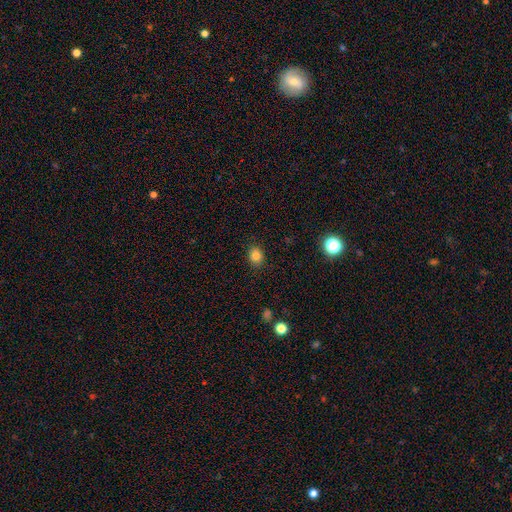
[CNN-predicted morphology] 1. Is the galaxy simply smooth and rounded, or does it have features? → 83% smooth, 12% star or artifact, 5% featured or disk.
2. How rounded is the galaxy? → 64% round, 35% in between, 1% cigar-shaped.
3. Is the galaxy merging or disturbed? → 89% none, 8% minor disturbance, 2% major disturbance, 1% merger.